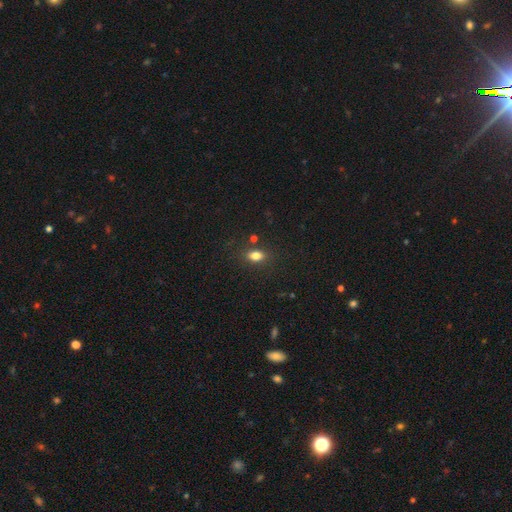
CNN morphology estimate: This appears to be a smooth galaxy with no disk features (81%) that is in between round and cigar-shaped (80%). Merging: none (83%).